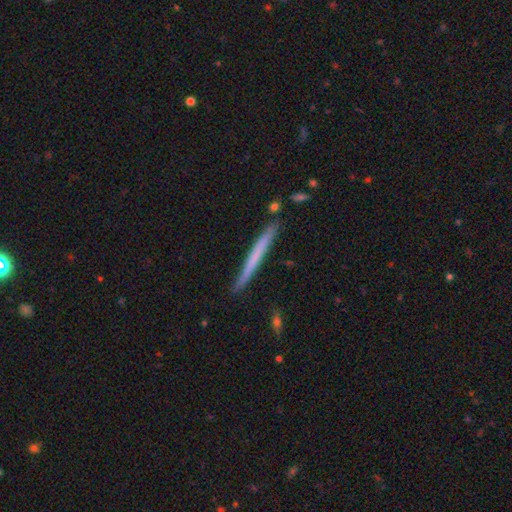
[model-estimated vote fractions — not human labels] Smooth or featured? Predicted: smooth (p=0.53). How rounded? Predicted: cigar-shaped (p=0.97). Merging? Predicted: none (p=0.88).